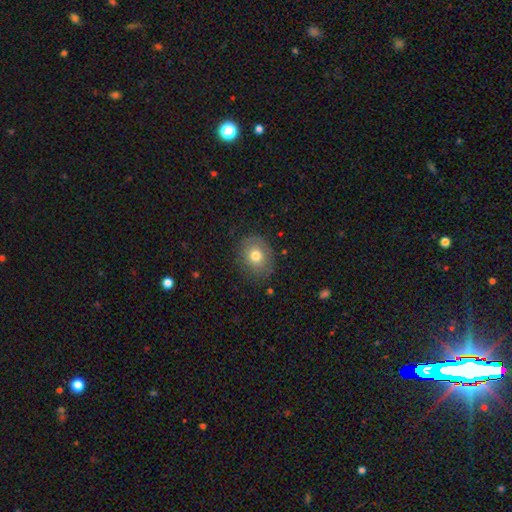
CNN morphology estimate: A smooth galaxy with no disk features (74%) that is round (57%). Merging: none (80%).